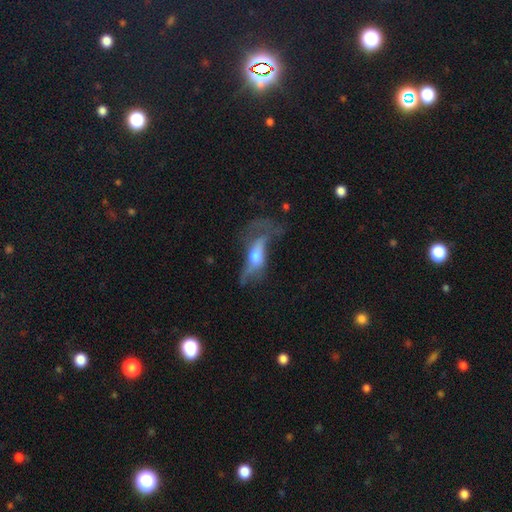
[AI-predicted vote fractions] featured or disk 55%, smooth 37%, star or artifact 8%. Down the decision tree: edge-on disk — no (60%); merging — major disturbance (51%).